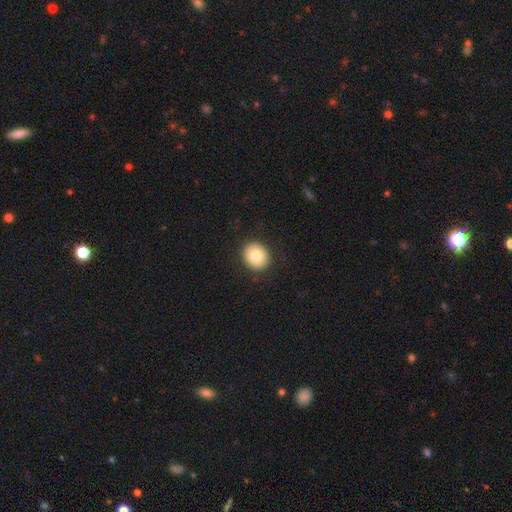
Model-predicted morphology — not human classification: Smooth or featured? smooth (82%)
How rounded? round (73%)
Merging? none (90%)